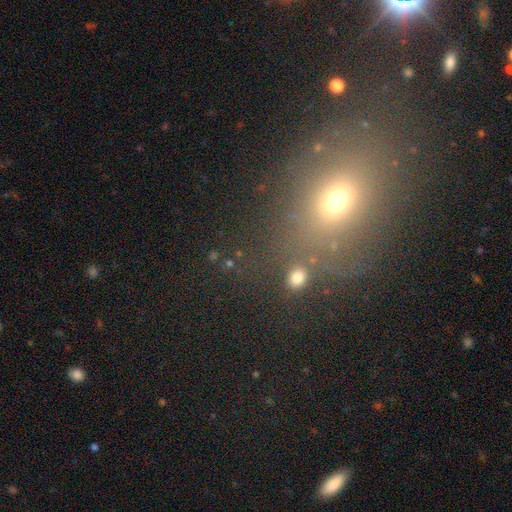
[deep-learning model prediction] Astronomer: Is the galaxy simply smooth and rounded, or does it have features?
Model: smooth — 54% (runner-up: star or artifact, 33%).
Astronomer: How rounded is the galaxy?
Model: in between — 57% (runner-up: round, 40%).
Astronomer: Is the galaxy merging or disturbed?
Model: none — 74%.